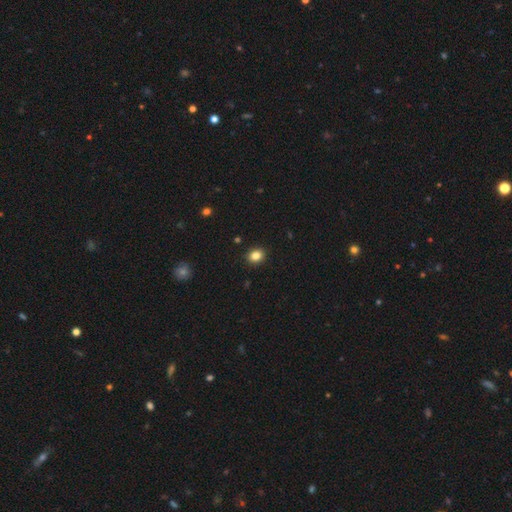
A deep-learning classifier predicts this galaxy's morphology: This is clearly a smooth galaxy (84%). How rounded: likely round (62%). Merging: clearly none (91%).